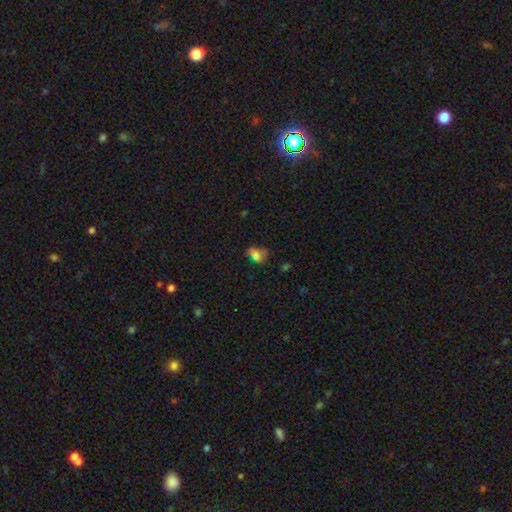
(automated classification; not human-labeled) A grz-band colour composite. It shows a smooth galaxy with no disk features (67%) that is in between round and cigar-shaped (72%). Merging: none (38%).